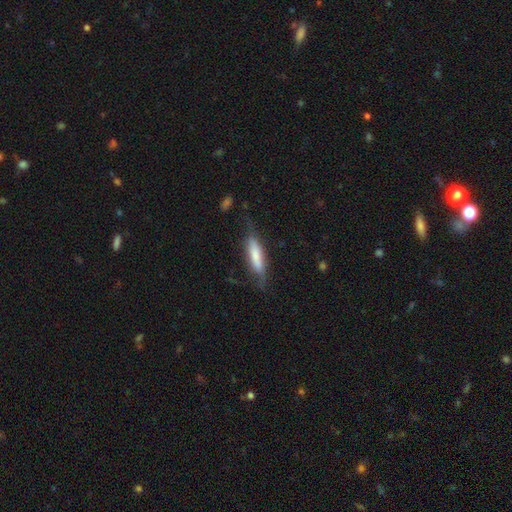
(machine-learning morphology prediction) smooth_or_featured: smooth (p=0.62) [alt: featured or disk p=0.32]
how_rounded: cigar-shaped (p=0.69) [alt: in between p=0.29]
merging: none (p=0.61) [alt: minor disturbance p=0.25]